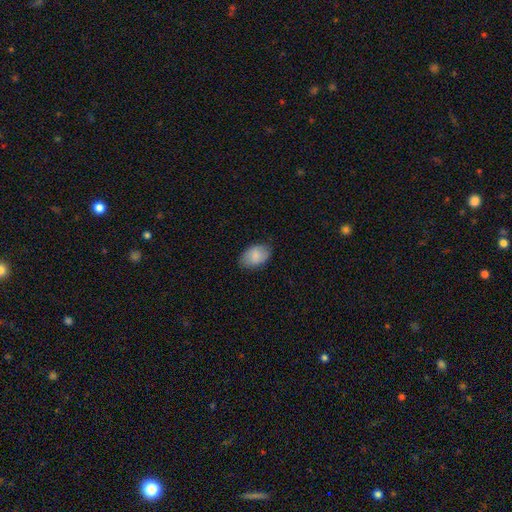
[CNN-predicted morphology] A smooth galaxy with no disk features (86%) that is in between round and cigar-shaped (90%). Merging: none (82%).